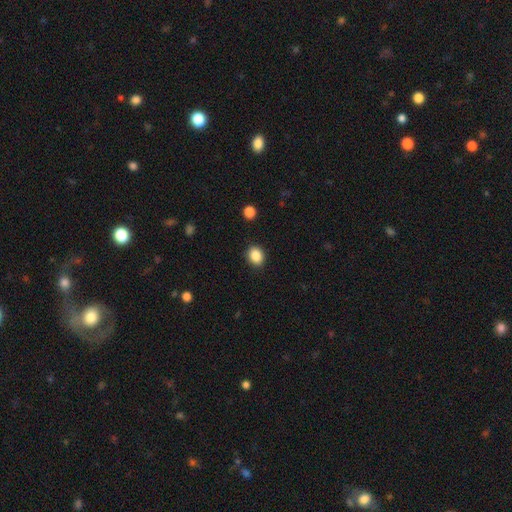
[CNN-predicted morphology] smooth_or_featured: smooth (p=0.87) [alt: star or artifact p=0.09]
how_rounded: in between (p=0.53) [alt: round p=0.46]
merging: none (p=0.89) [alt: minor disturbance p=0.08]